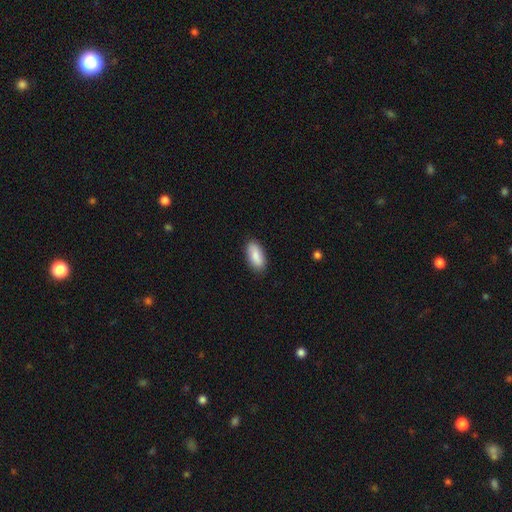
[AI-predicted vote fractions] A smooth galaxy with no disk features (83%) that is in between round and cigar-shaped (90%). Merging: none (86%).